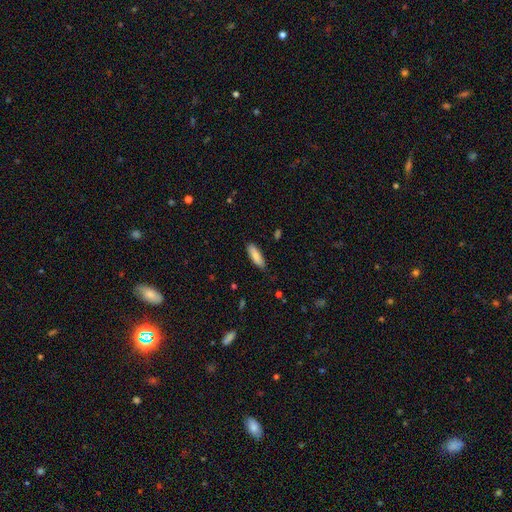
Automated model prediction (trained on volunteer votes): A smooth galaxy with no disk features (83%) that is in between round and cigar-shaped (57%). Merging: none (84%).